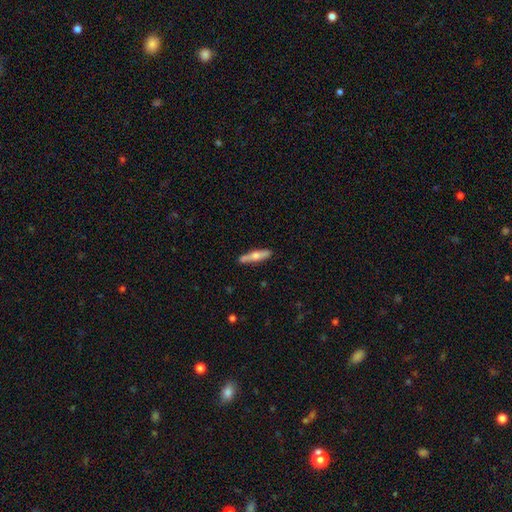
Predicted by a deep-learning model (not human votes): A smooth galaxy with no disk features (58%) that is cigar-shaped (79%).

Vote fractions:
- Smooth or featured? smooth: 58% / featured or disk: 36% / star or artifact: 6%
- How rounded? cigar-shaped: 79% / in between: 19% / round: 2%
- Merging? none: 78% / minor disturbance: 13% / merger: 6% / major disturbance: 3%